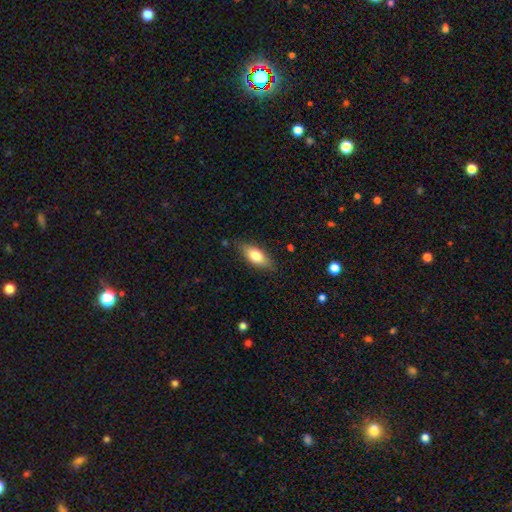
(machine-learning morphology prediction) Q: Smooth or featured?
A: smooth (76%); runner-up: featured or disk (17%)
Q: How rounded?
A: in between (80%); runner-up: cigar-shaped (17%)
Q: Merging?
A: none (82%); runner-up: minor disturbance (14%)